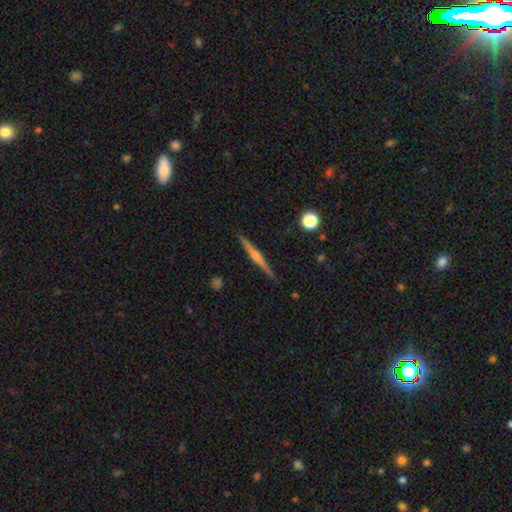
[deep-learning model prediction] Morphology: type=featured or disk (67%); edge-on=yes (98%); edge-on bulge=rounded (59%); merging=none (91%).